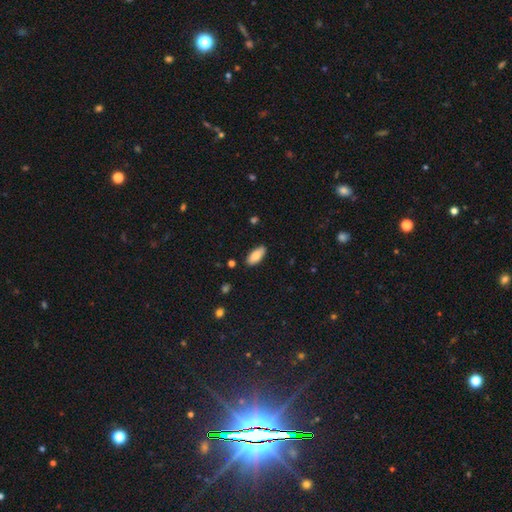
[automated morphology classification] smooth-or-featured: smooth: 84% | featured or disk: 10% | star or artifact: 6%
  how-rounded: in between: 86% | cigar-shaped: 12% | round: 2%
  merging: none: 87% | minor disturbance: 10% | major disturbance: 2% | merger: 1%